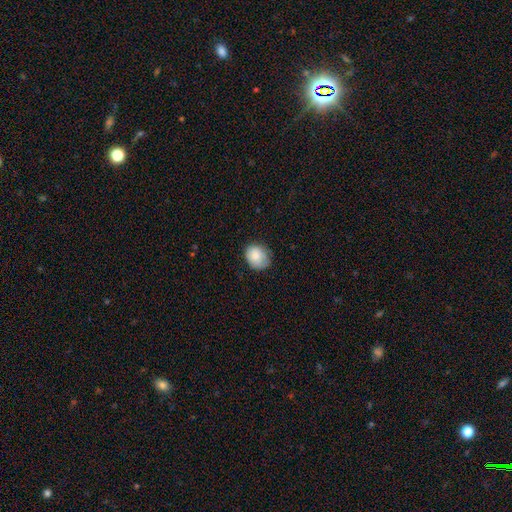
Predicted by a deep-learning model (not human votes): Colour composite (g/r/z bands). It shows a smooth galaxy with no disk features (83%) that is round (54%). Merging: none (70%).